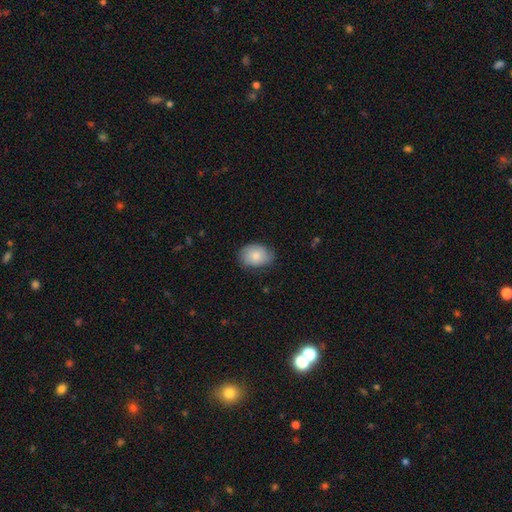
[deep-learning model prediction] Q: Smooth or featured?
A: smooth (80%); runner-up: featured or disk (13%)
Q: How rounded?
A: in between (70%); runner-up: round (29%)
Q: Merging?
A: none (71%); runner-up: minor disturbance (23%)